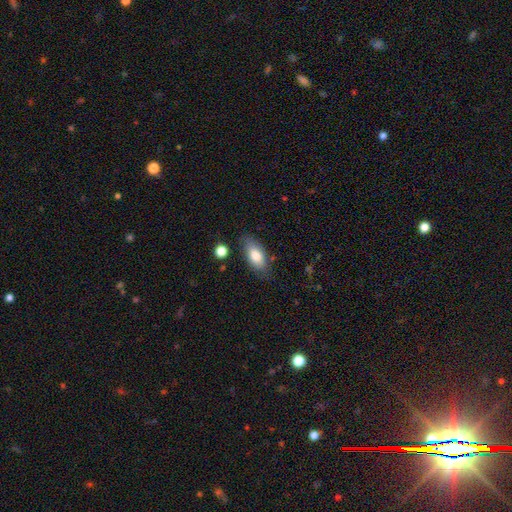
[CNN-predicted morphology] Smooth or featured? Predicted: smooth (p=0.78). How rounded? Predicted: in between (p=0.88). Merging? Predicted: none (p=0.74).